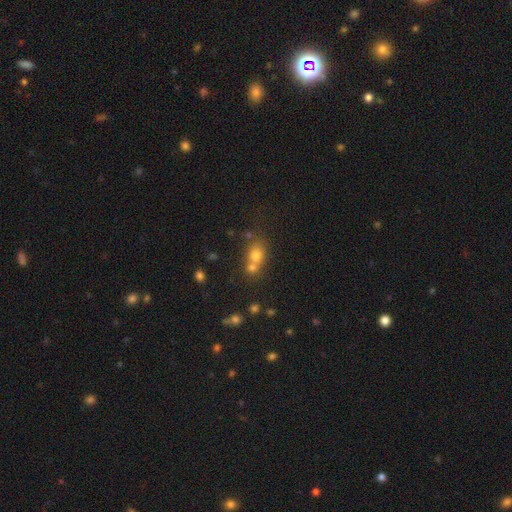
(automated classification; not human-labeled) Overall: smooth (70%). How rounded: round (65%; in between 33%). Merging: merger (53%; none 36%).